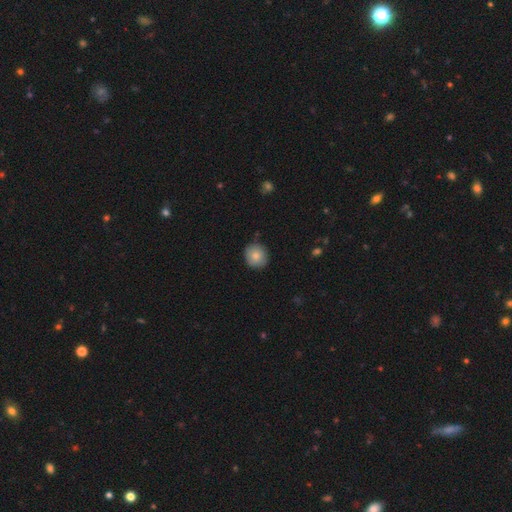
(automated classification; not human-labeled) Smooth or featured?
  - smooth: 81% *
  - featured or disk: 11%
  - star or artifact: 8%
How rounded?
  - round: 88% *
  - in between: 11%
  - cigar-shaped: 1%
Merging?
  - none: 85% *
  - minor disturbance: 11%
  - major disturbance: 2%
  - merger: 1%